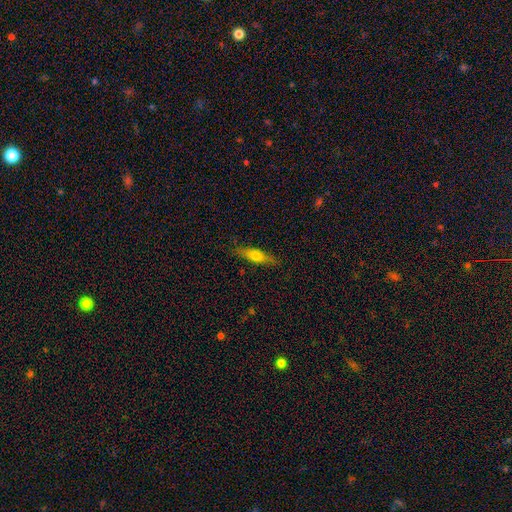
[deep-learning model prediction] Q: Smooth or featured?
A: smooth (50%); runner-up: featured or disk (44%)
Q: Merging?
A: none (86%); runner-up: minor disturbance (10%)